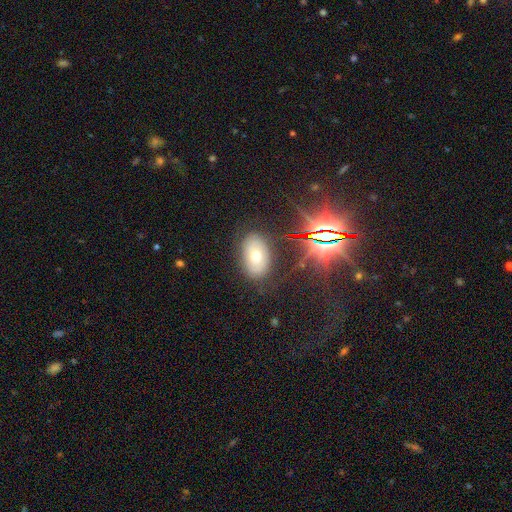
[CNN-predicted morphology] This appears to be a smooth galaxy with no disk features (59%) that is in between round and cigar-shaped (87%). Merging: none (83%).